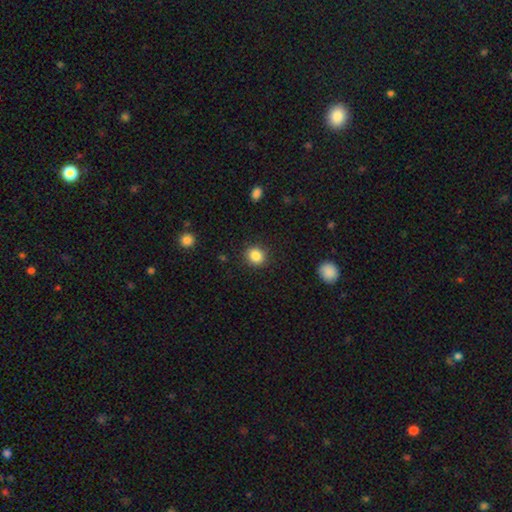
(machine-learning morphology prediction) This is clearly a smooth galaxy (86%). How rounded: clearly round (86%). Merging: clearly none (90%).